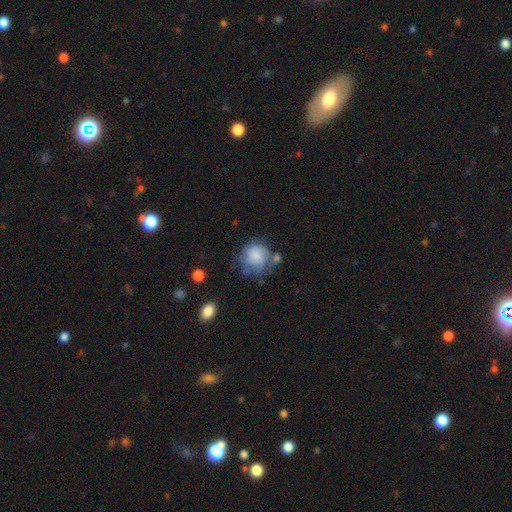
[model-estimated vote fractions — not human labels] Q: Smooth or featured?
A: smooth (73%); runner-up: featured or disk (20%)
Q: How rounded?
A: round (82%); runner-up: in between (17%)
Q: Merging?
A: none (45%); runner-up: minor disturbance (28%)